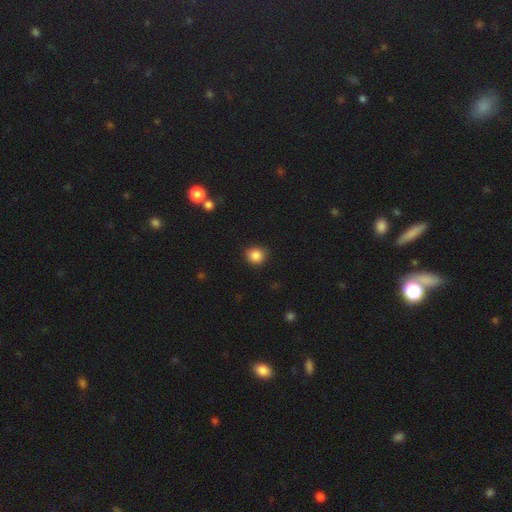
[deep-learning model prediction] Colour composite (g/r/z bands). It shows a smooth galaxy with no disk features (86%) that is round (85%). Merging: none (87%).